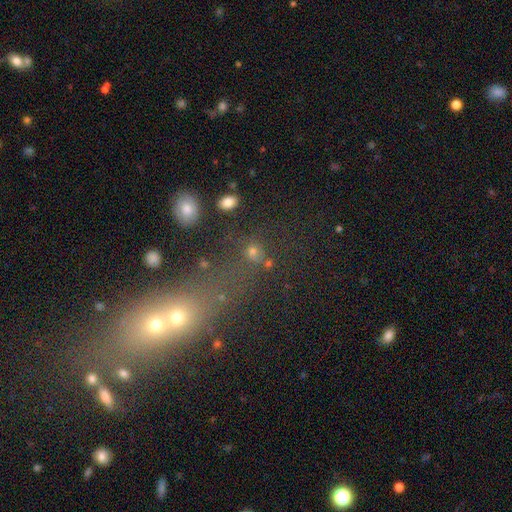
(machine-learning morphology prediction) Smooth or featured? Predicted: smooth (p=0.53). How rounded? Predicted: round (p=0.59). Merging? Predicted: merger (p=0.42).